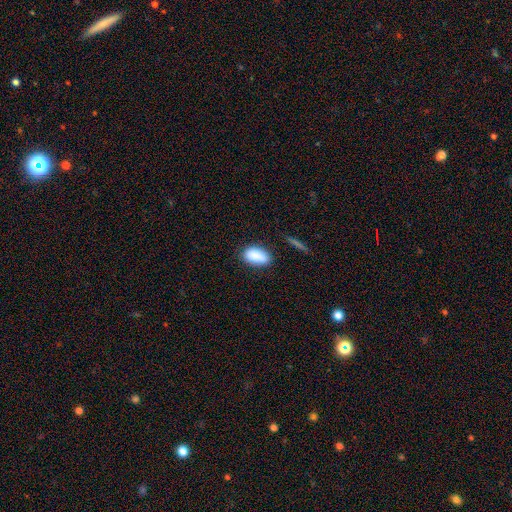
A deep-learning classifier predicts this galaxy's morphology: A smooth galaxy with no disk features (87%) that is in between round and cigar-shaped (91%).

Vote fractions:
- Smooth or featured? smooth: 87% / star or artifact: 8% / featured or disk: 5%
- How rounded? in between: 91% / round: 5% / cigar-shaped: 4%
- Merging? none: 75% / minor disturbance: 17% / major disturbance: 4% / merger: 3%